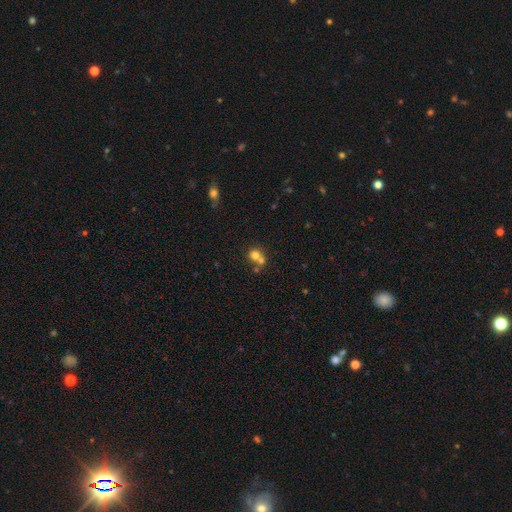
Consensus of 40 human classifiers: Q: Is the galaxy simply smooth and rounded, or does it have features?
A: smooth — 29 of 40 (72%).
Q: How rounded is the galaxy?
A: round — 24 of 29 (83%).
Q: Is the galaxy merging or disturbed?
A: merger — 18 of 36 (50%).